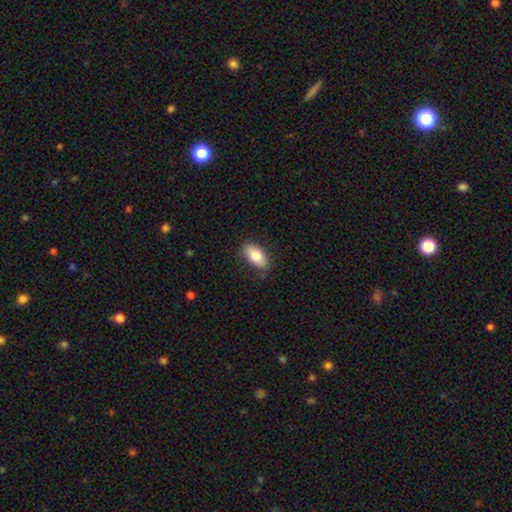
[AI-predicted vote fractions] smooth 79%, featured or disk 14%, star or artifact 7%. Down the decision tree: how rounded — in between (90%); merging — none (82%).